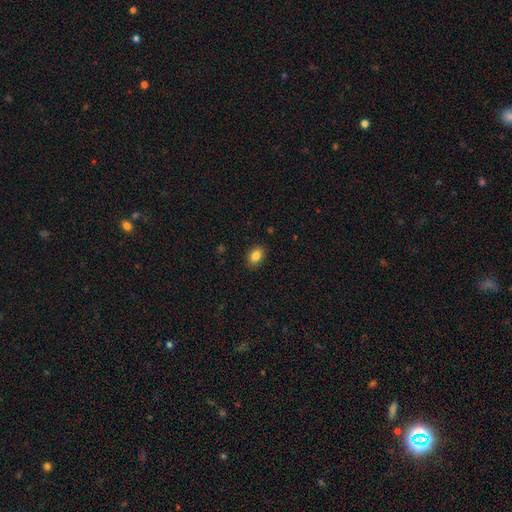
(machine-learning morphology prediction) Smooth or featured?
  - smooth: 85% *
  - star or artifact: 9%
  - featured or disk: 6%
How rounded?
  - in between: 79% *
  - round: 19%
  - cigar-shaped: 1%
Merging?
  - none: 88% *
  - minor disturbance: 9%
  - major disturbance: 2%
  - merger: 1%